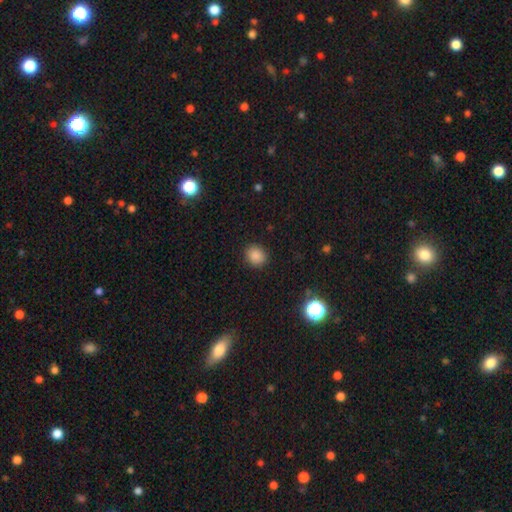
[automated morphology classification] Smooth or featured? smooth (86%)
How rounded? round (77%)
Merging? none (89%)